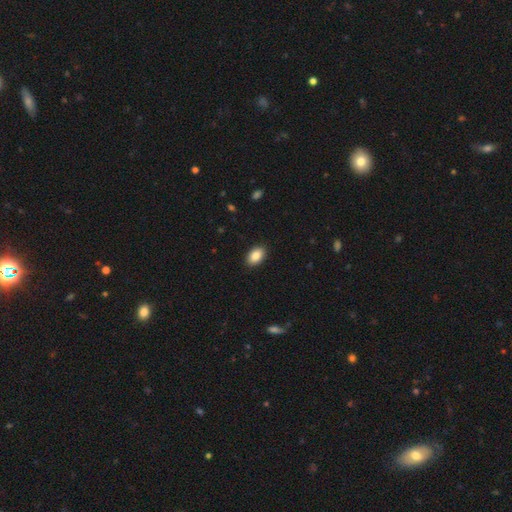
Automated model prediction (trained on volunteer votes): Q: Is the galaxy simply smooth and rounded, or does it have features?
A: smooth — 86%.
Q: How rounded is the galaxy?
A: in between — 90%.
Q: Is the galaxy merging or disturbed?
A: none — 90%.